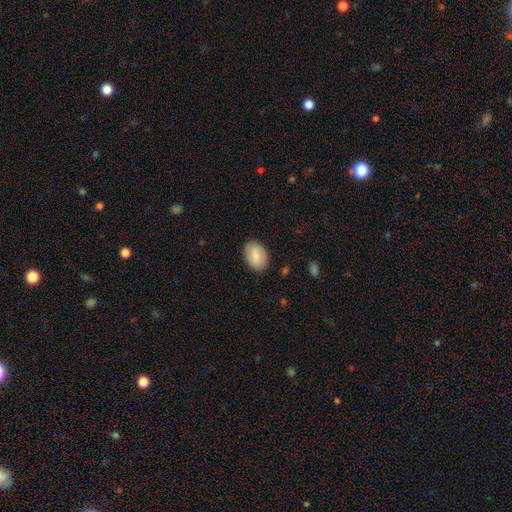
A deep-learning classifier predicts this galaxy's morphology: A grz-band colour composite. It shows a smooth galaxy with no disk features (75%) that is in between round and cigar-shaped (80%). Merging: none (84%).